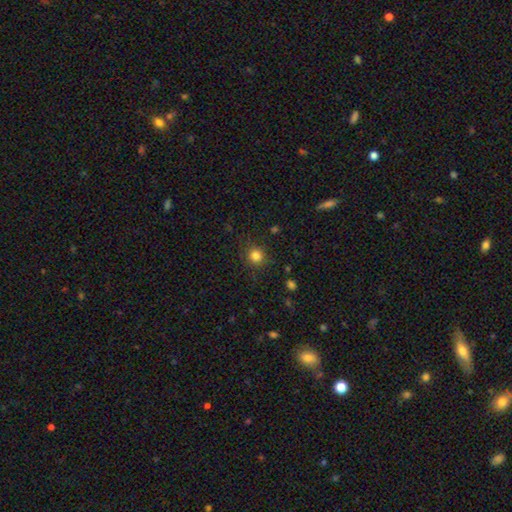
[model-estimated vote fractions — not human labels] Overall: smooth (82%). How rounded: round (92%). Merging: none (86%).